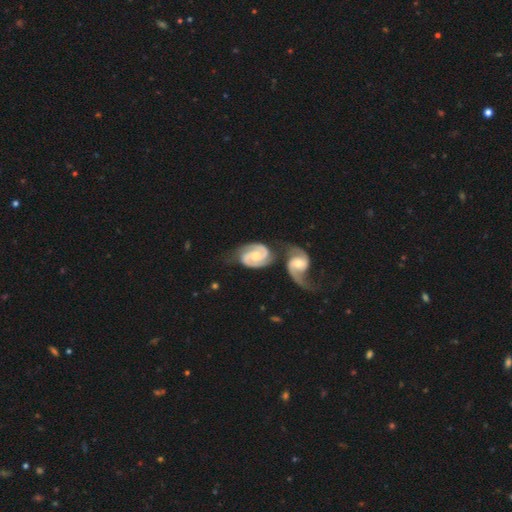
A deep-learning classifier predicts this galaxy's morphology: Smooth or featured? featured or disk (90%)
Edge-on disk? no (98%)
Bar? no (51%)
Spiral arms? yes (98%)
Spiral winding? medium (50%)
Spiral arm count? 2 (93%)
Bulge size? moderate (56%)
Merging? merger (42%)